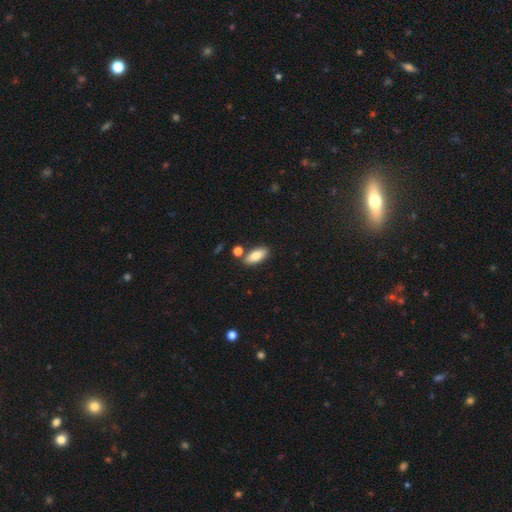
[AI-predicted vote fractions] Smooth or featured? Predicted: smooth (p=0.84). How rounded? Predicted: in between (p=0.85). Merging? Predicted: none (p=0.79).